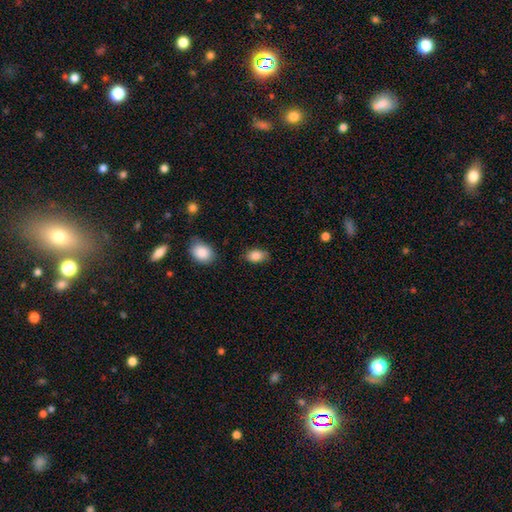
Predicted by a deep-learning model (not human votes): Overall: smooth (85%). How rounded: in between (88%). Merging: none (77%).